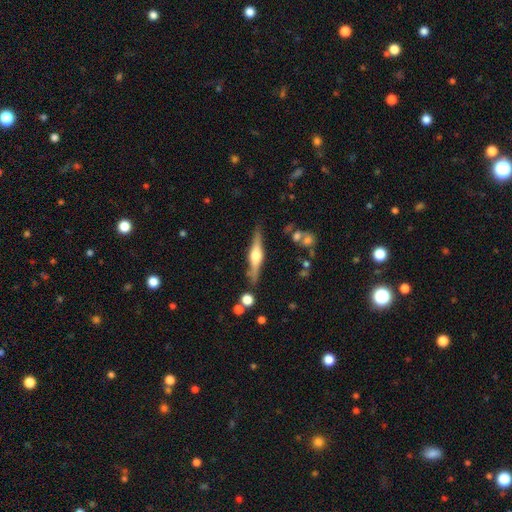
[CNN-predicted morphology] Smooth or featured: featured or disk — 73% (smooth — 21%)
Edge-on disk: yes — 97% (no — 3%)
Edge-on bulge: rounded — 91% (boxy — 7%)
Merging: none — 84% (minor disturbance — 10%)